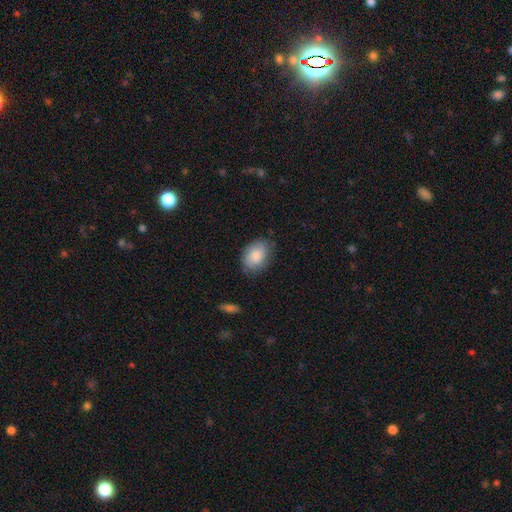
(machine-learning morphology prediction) Smooth or featured? smooth (81%)
How rounded? in between (78%)
Merging? none (75%)